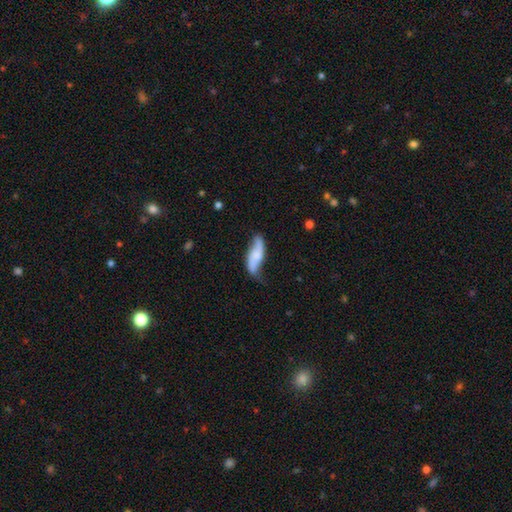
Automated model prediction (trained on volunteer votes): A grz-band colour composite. It shows a featured or disk galaxy (55%). Merging: none (54%).